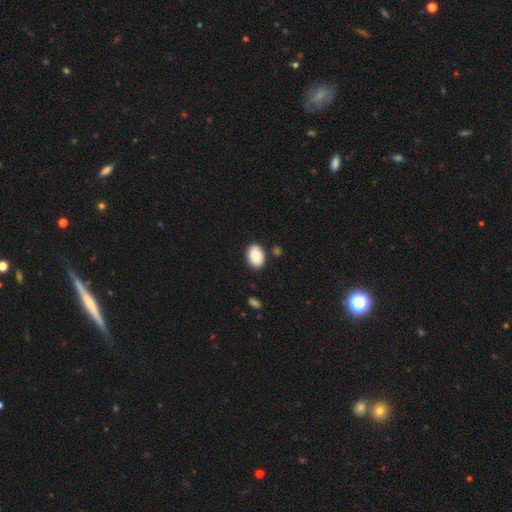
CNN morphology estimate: Smooth or featured: smooth — 84% (featured or disk — 9%)
How rounded: in between — 78% (round — 21%)
Merging: none — 82% (minor disturbance — 12%)